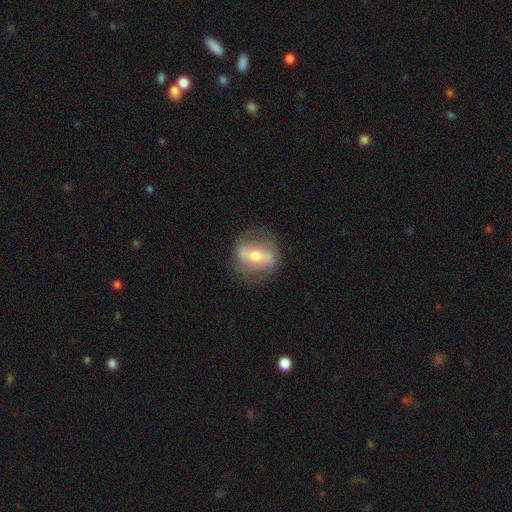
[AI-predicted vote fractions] The model was most divided on "spiral arms": yes: 53%, no: 47%. More confident: edge-on disk — no (88%); merging — none (75%); bulge size — moderate (65%); smooth or featured — featured or disk (65%); bar — strong (51%).